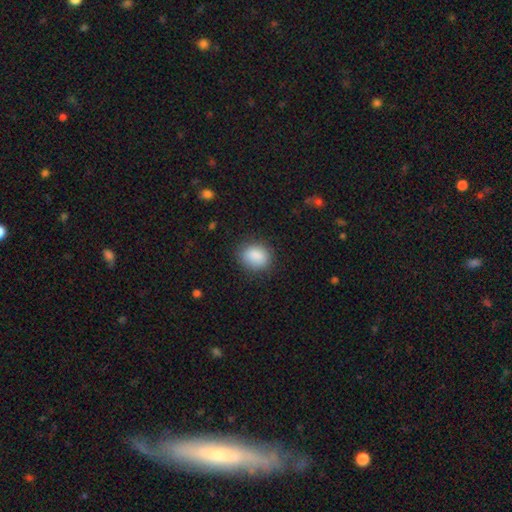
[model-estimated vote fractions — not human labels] Q: Smooth or featured?
A: smooth (87%); runner-up: star or artifact (8%)
Q: How rounded?
A: round (52%); runner-up: in between (47%)
Q: Merging?
A: none (82%); runner-up: minor disturbance (13%)